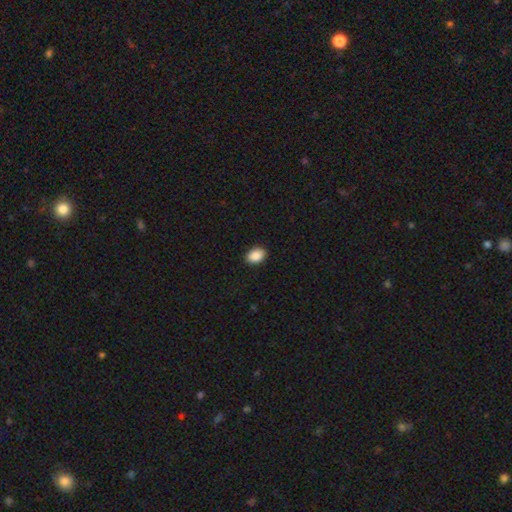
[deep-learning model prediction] Smooth or featured: smooth — 89% (star or artifact — 8%)
How rounded: in between — 81% (round — 18%)
Merging: none — 90% (minor disturbance — 7%)